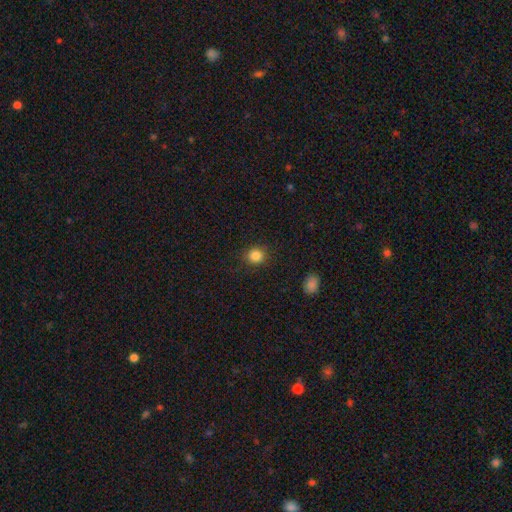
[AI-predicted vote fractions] Smooth or featured? Predicted: smooth (p=0.85). How rounded? Predicted: round (p=0.85). Merging? Predicted: none (p=0.89).